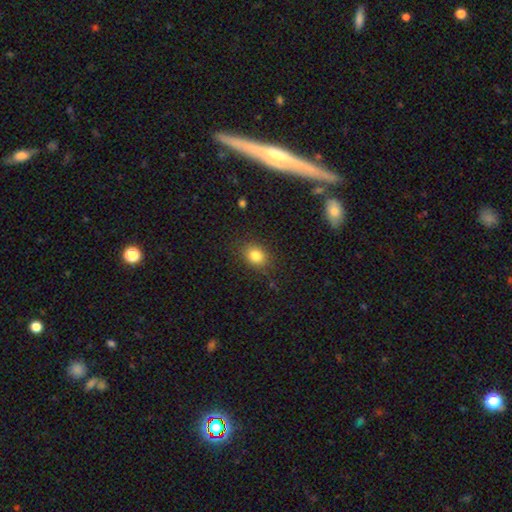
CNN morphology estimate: smooth_or_featured: smooth (p=0.82) [alt: star or artifact p=0.11]
how_rounded: in between (p=0.51) [alt: round p=0.48]
merging: none (p=0.85) [alt: minor disturbance p=0.10]